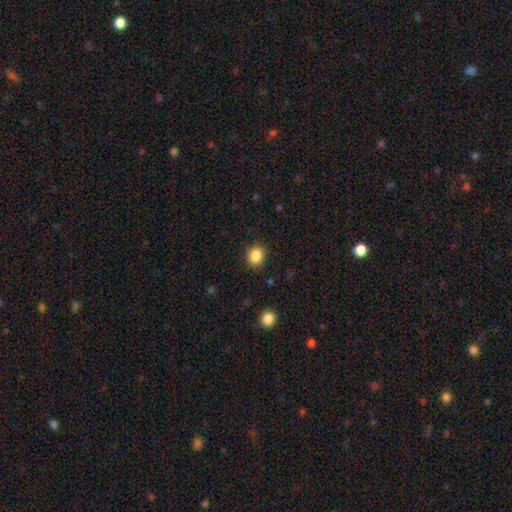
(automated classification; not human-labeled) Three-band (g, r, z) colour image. It shows a smooth galaxy with no disk features (87%) that is round (77%). Merging: none (89%).